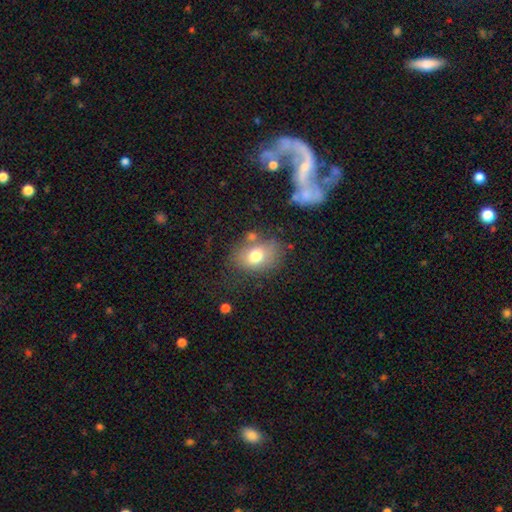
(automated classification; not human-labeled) Morphology: type=smooth (72%); roundness=in between (72%); merging=none (62%).